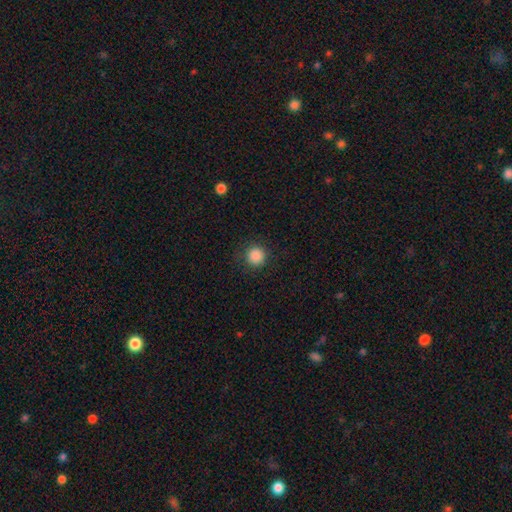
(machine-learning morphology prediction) A smooth galaxy with no disk features (87%) that is round (95%). Merging: none (89%).